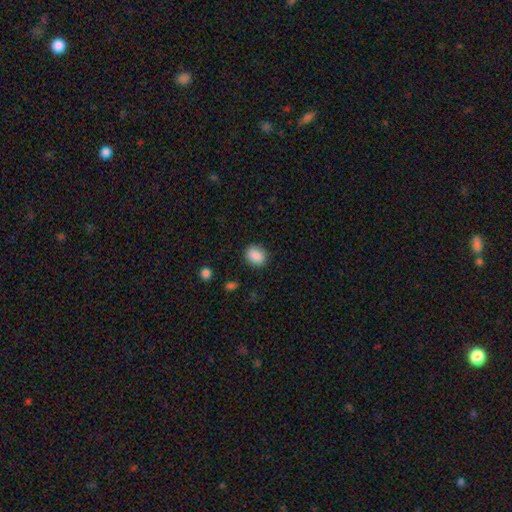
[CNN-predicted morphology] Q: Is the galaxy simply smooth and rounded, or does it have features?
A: smooth — 89%.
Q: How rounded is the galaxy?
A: in between — 57%.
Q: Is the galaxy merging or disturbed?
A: none — 86%.